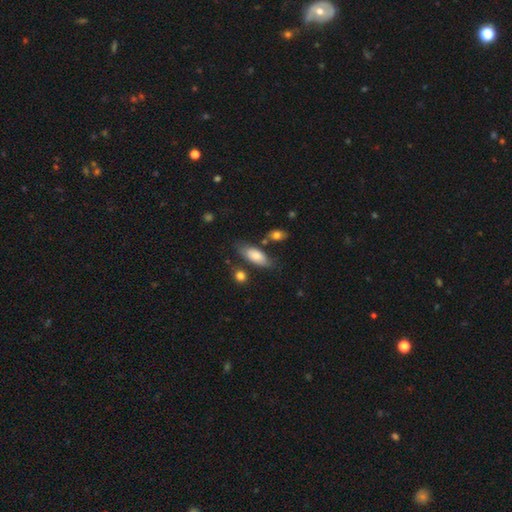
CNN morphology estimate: Smooth or featured?
  - smooth: 76% *
  - featured or disk: 18%
  - star or artifact: 6%
How rounded?
  - in between: 83% *
  - cigar-shaped: 14%
  - round: 2%
Merging?
  - none: 66% *
  - minor disturbance: 20%
  - merger: 8%
  - major disturbance: 6%